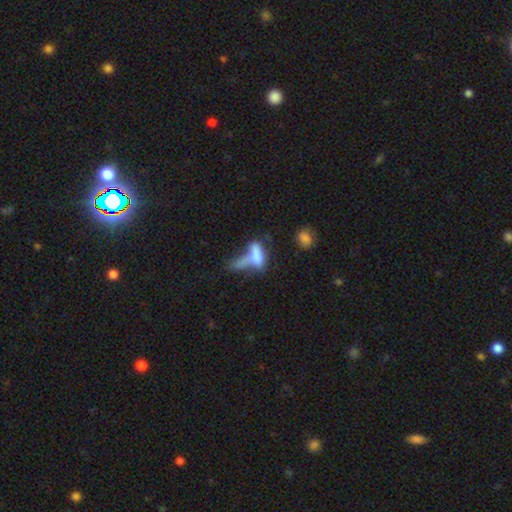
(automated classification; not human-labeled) Smooth or featured? smooth (65%)
How rounded? in between (59%)
Merging? merger (50%)